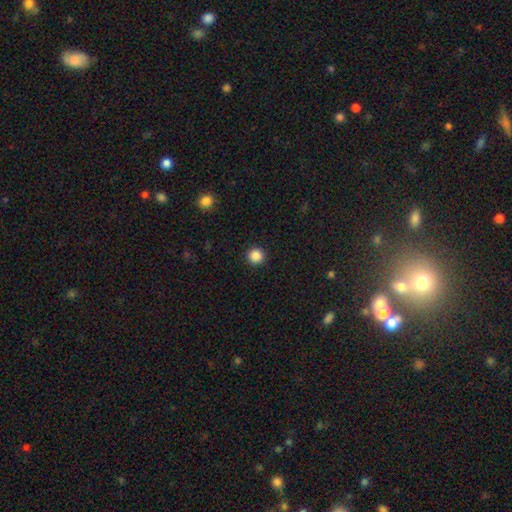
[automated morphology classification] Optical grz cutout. It shows a smooth galaxy with no disk features (87%) that is round (96%). Merging: none (92%).